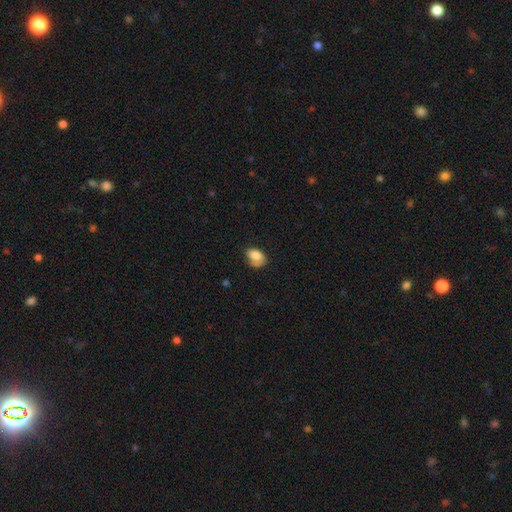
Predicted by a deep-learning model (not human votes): Smooth or featured? Predicted: smooth (p=0.79). How rounded? Predicted: in between (p=0.83). Merging? Predicted: none (p=0.48).